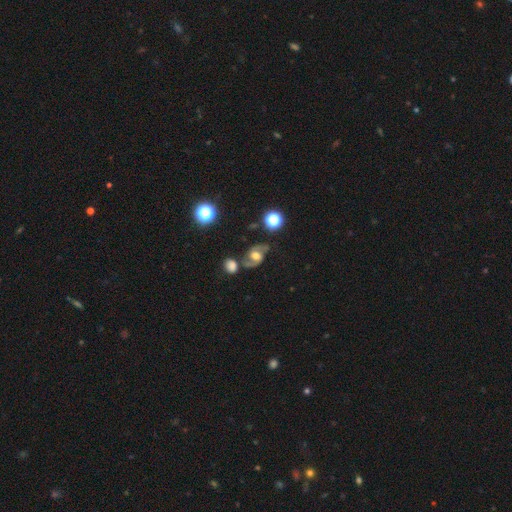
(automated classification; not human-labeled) Q: Smooth or featured?
A: featured or disk (76%); runner-up: smooth (14%)
Q: Edge-on disk?
A: no (97%); runner-up: yes (3%)
Q: Bar?
A: no (43%); runner-up: weak (41%)
Q: Spiral arms?
A: yes (91%); runner-up: no (9%)
Q: Spiral winding?
A: medium (48%); runner-up: loose (40%)
Q: Spiral arm count?
A: 2 (92%); runner-up: can't tell (3%)
Q: Bulge size?
A: moderate (60%); runner-up: large (23%)
Q: Merging?
A: none (63%); runner-up: minor disturbance (16%)